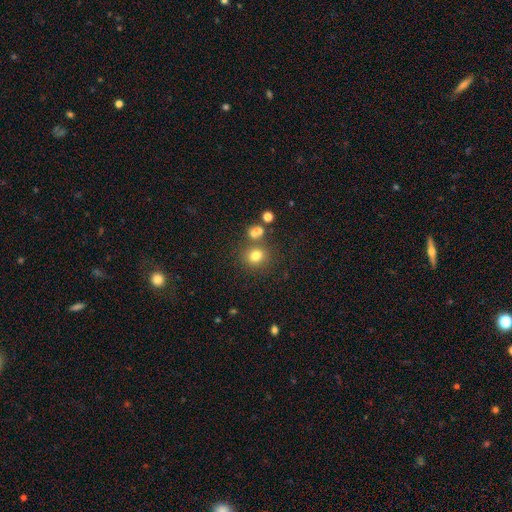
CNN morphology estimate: type=smooth (76%); roundness=round (78%); merging=none (70%).